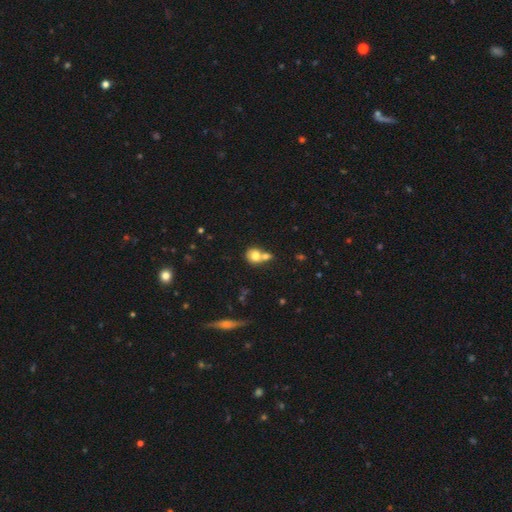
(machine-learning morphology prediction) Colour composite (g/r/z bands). It shows a smooth galaxy with no disk features (75%) that is round (75%). Merging: merger (54%).